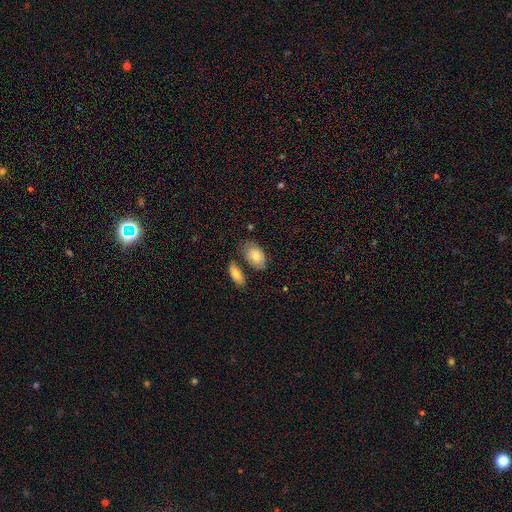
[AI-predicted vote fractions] The model was most divided on "merging": none: 61%, minor disturbance: 17%, merger: 17%, major disturbance: 5%. More confident: how rounded — in between (93%); smooth or featured — smooth (78%).